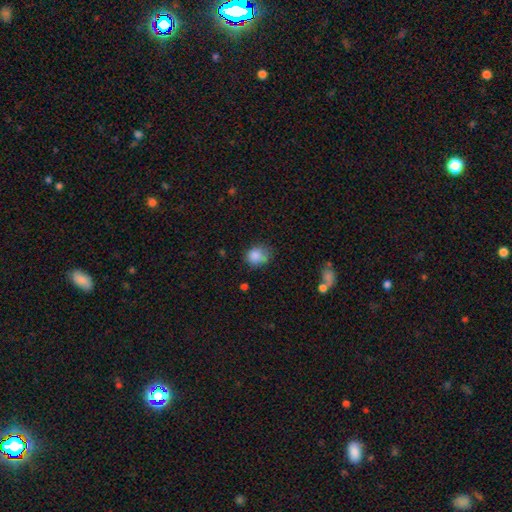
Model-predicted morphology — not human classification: A smooth galaxy with no disk features (84%) that is round (65%). Merging: none (58%).